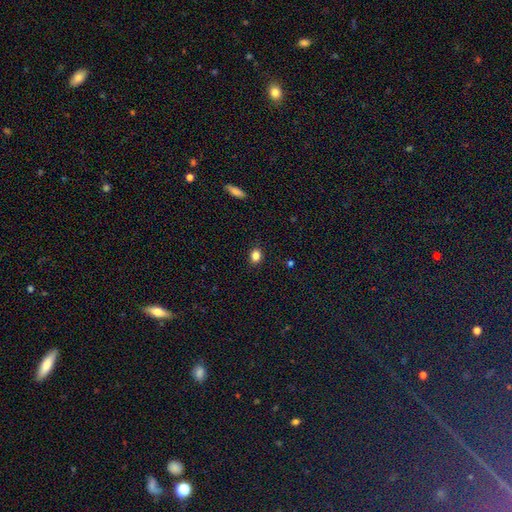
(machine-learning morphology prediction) This appears to be a smooth galaxy with no disk features (84%) that is round (50%). Merging: none (89%).